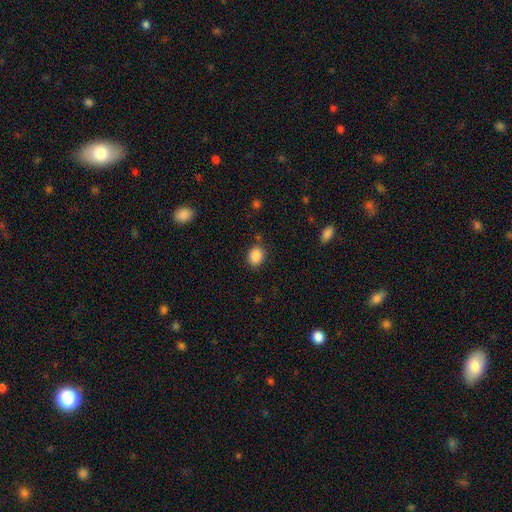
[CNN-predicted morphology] Q: Smooth or featured?
A: smooth (88%); runner-up: star or artifact (9%)
Q: How rounded?
A: round (53%); runner-up: in between (46%)
Q: Merging?
A: none (81%); runner-up: minor disturbance (13%)